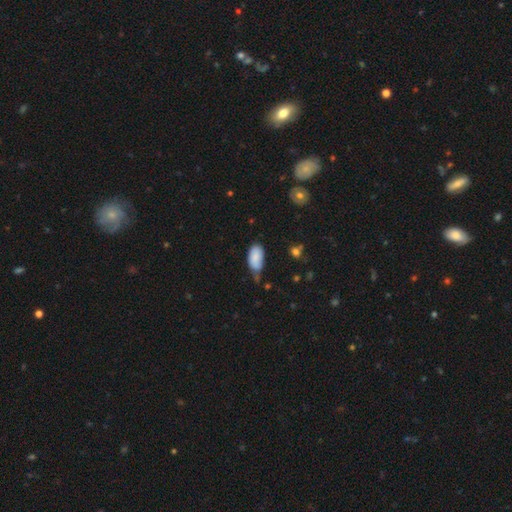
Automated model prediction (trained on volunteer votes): A smooth galaxy with no disk features (83%) that is in between round and cigar-shaped (94%).

Vote fractions:
- Smooth or featured? smooth: 83% / featured or disk: 10% / star or artifact: 7%
- How rounded? in between: 94% / round: 3% / cigar-shaped: 3%
- Merging? minor disturbance: 45% / none: 36% / major disturbance: 12% / merger: 6%